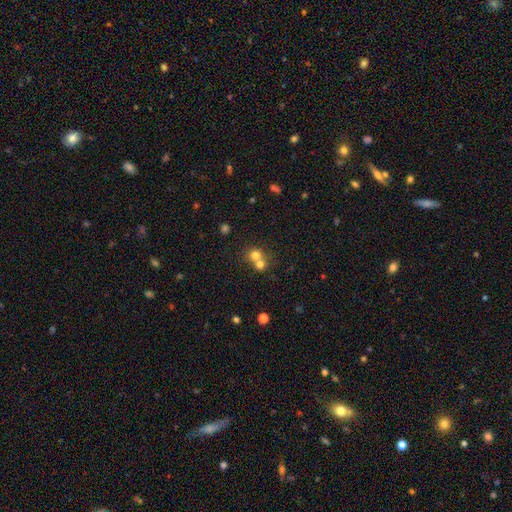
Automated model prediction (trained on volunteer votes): Smooth or featured: smooth — 73% (star or artifact — 14%)
How rounded: round — 84% (in between — 15%)
Merging: merger — 60% (none — 33%)